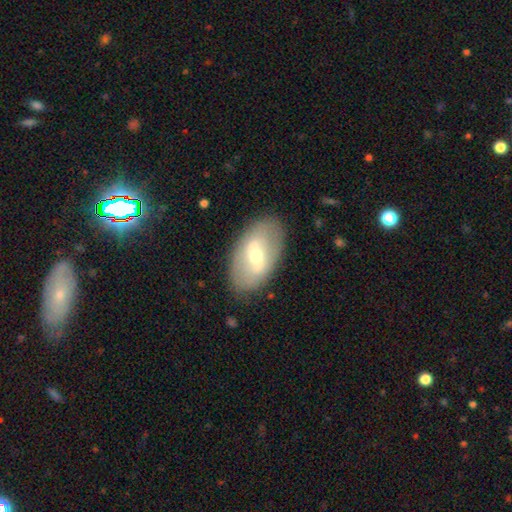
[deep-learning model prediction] Smooth or featured? Predicted: featured or disk (p=0.55). Edge-on disk? Predicted: no (p=0.88). Merging? Predicted: none (p=0.83).